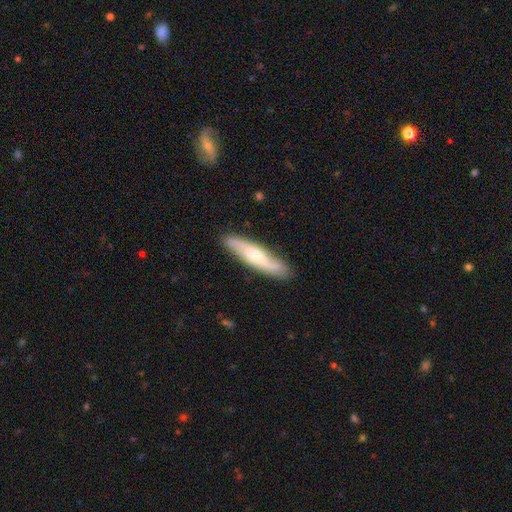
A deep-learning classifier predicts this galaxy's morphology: Overall: featured or disk (59%; smooth 35%). Edge-on disk: no (62%; yes 38%). Merging: none (85%).